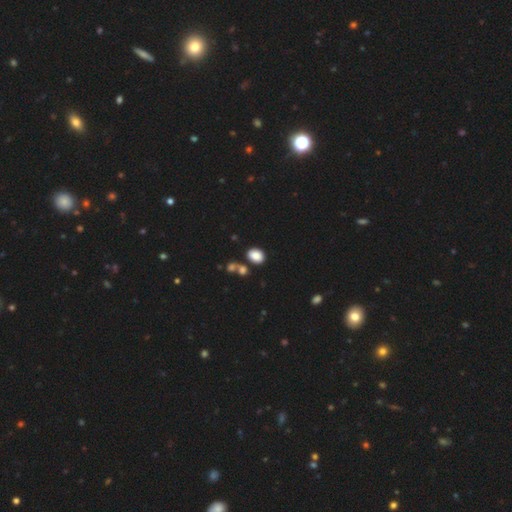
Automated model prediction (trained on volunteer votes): Smooth or featured? smooth (86%)
How rounded? in between (76%)
Merging? none (71%)